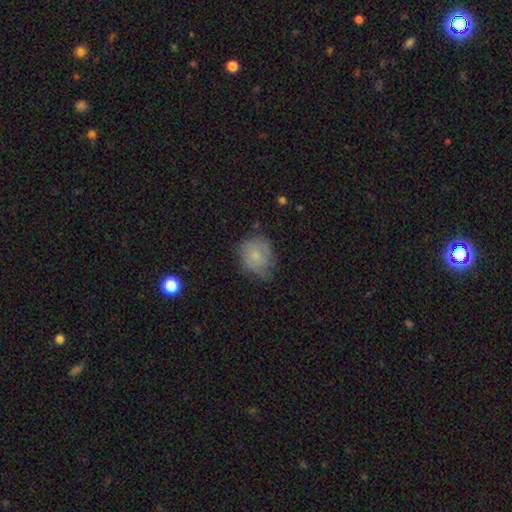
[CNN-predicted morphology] smooth-or-featured: smooth: 74% | featured or disk: 18% | star or artifact: 9%
  how-rounded: round: 70% | in between: 29% | cigar-shaped: 1%
  merging: none: 55% | minor disturbance: 34% | major disturbance: 9% | merger: 2%